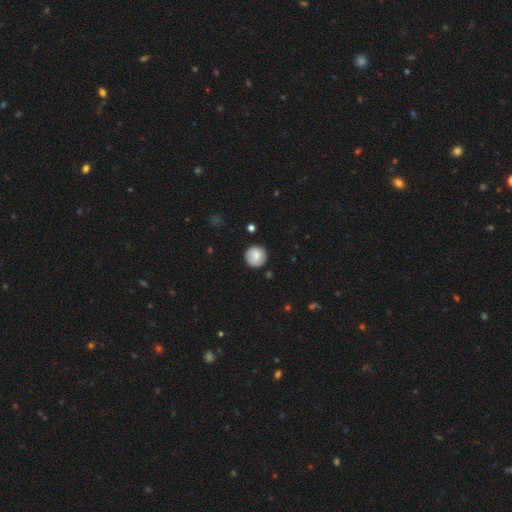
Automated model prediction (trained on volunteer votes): smooth 80%, featured or disk 12%, star or artifact 7%. Down the decision tree: how rounded — round (95%); merging — none (89%).